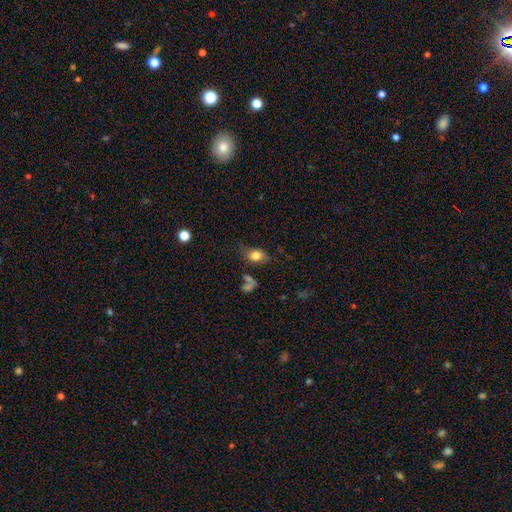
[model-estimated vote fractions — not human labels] Morphology: type=smooth (72%); roundness=in between (73%); merging=none (56%).